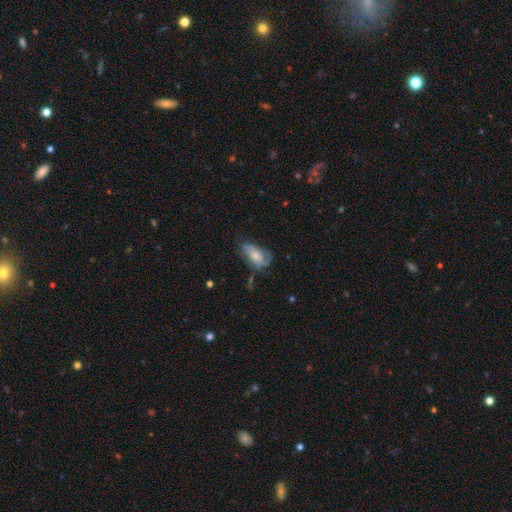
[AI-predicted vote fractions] smooth-or-featured: featured or disk: 51% | smooth: 42% | star or artifact: 7%
  disk-edge-on: no: 93% | yes: 7%
  merging: none: 42% | minor disturbance: 30% | major disturbance: 23% | merger: 5%